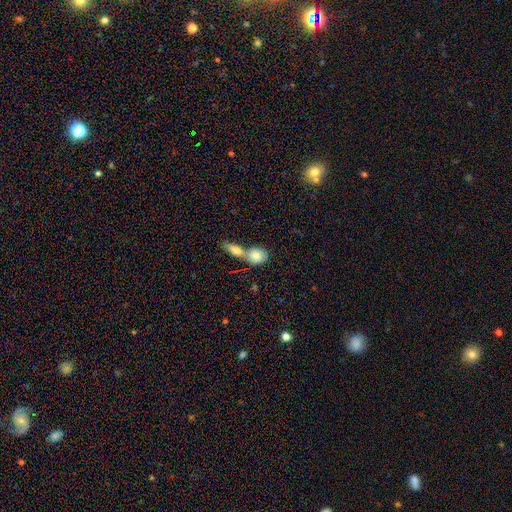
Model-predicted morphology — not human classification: A smooth galaxy with no disk features (80%) that is round (49%). Merging: merger (61%).